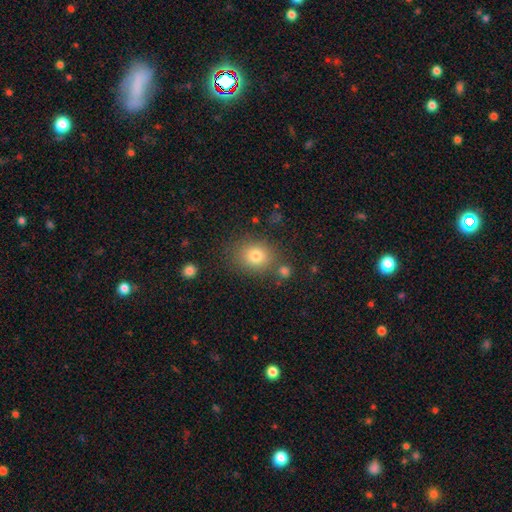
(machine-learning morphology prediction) A smooth galaxy with no disk features (78%) that is round (63%). Merging: none (75%).